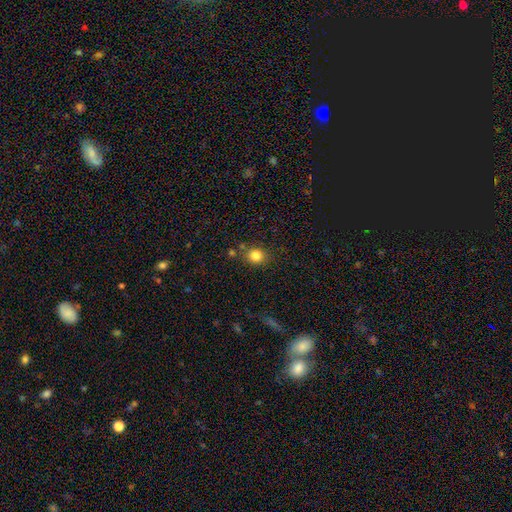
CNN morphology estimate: smooth-or-featured: smooth: 83% | star or artifact: 11% | featured or disk: 6%
  how-rounded: round: 75% | in between: 24% | cigar-shaped: 1%
  merging: none: 78% | minor disturbance: 12% | merger: 7% | major disturbance: 4%